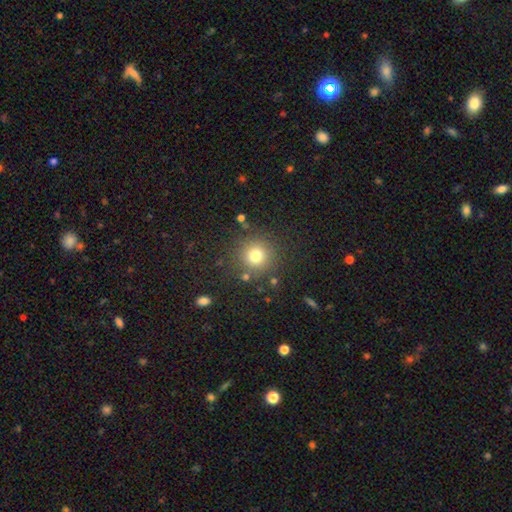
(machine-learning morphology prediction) Smooth or featured? Predicted: smooth (p=0.76). How rounded? Predicted: round (p=0.94). Merging? Predicted: none (p=0.85).